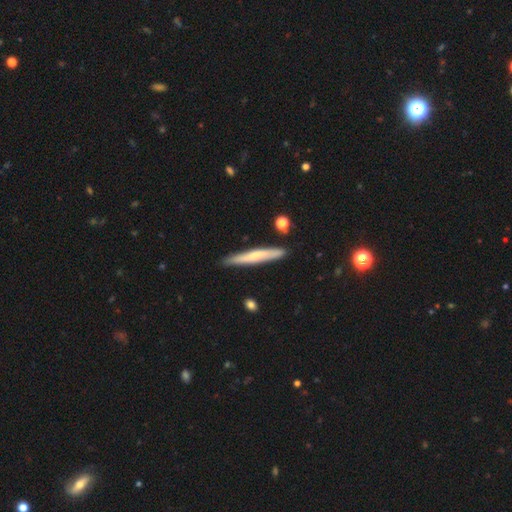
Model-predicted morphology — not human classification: type=smooth (55%); roundness=cigar-shaped (95%); merging=none (86%).